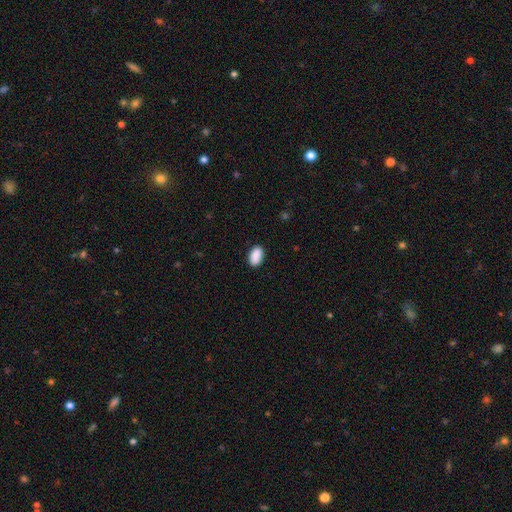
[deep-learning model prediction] smooth_or_featured: smooth (p=0.90) [alt: star or artifact p=0.07]
how_rounded: in between (p=0.93) [alt: round p=0.05]
merging: none (p=0.87) [alt: minor disturbance p=0.10]